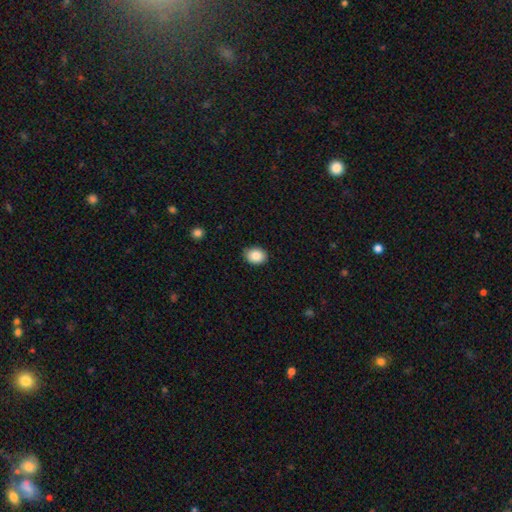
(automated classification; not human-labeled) Q: Smooth or featured?
A: smooth (86%); runner-up: star or artifact (8%)
Q: How rounded?
A: in between (59%); runner-up: round (40%)
Q: Merging?
A: none (86%); runner-up: minor disturbance (11%)